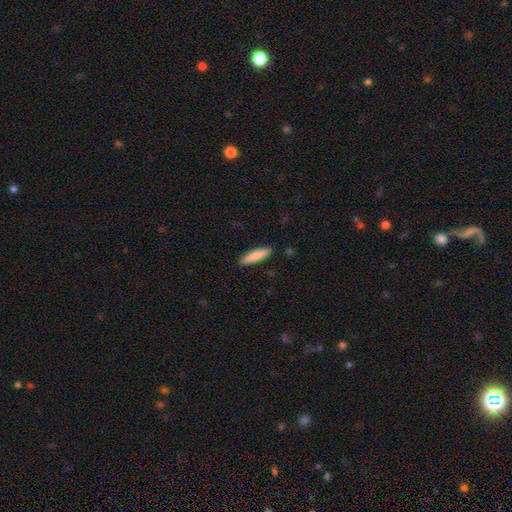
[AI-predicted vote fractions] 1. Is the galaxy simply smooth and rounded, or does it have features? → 84% smooth, 10% featured or disk, 5% star or artifact.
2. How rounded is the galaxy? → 78% cigar-shaped, 21% in between, 1% round.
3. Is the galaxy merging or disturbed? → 90% none, 7% minor disturbance, 2% major disturbance, 1% merger.